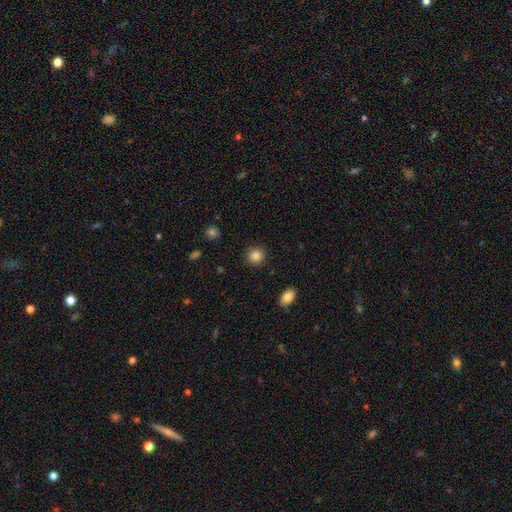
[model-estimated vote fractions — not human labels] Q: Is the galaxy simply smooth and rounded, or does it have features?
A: smooth — 86%.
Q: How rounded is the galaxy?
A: round — 91%.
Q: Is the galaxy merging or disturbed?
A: none — 90%.